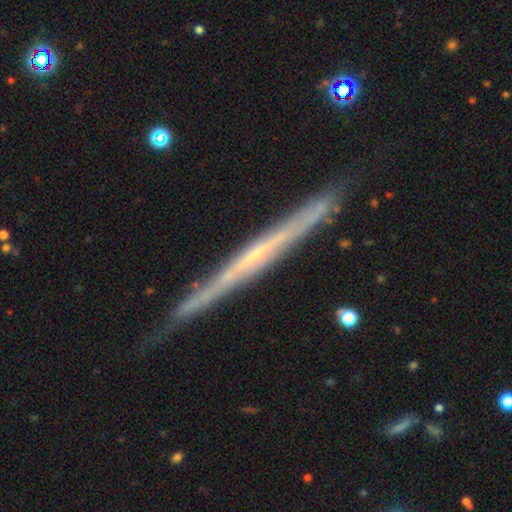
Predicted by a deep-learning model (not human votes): Morphology: type=featured or disk (78%); edge-on=yes (96%); edge-on bulge=none (65%); merging=none (82%).